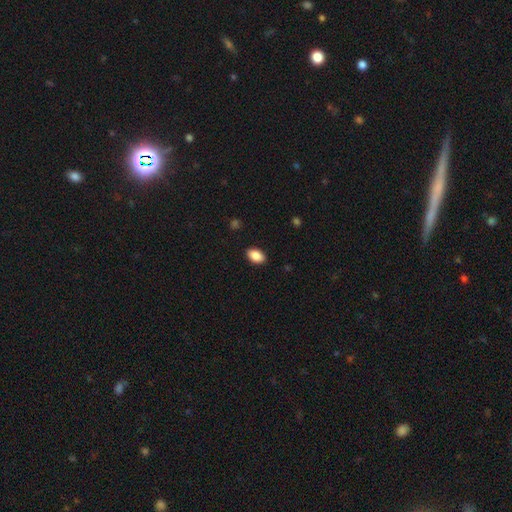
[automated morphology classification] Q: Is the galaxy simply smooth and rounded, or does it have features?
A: smooth — 89%.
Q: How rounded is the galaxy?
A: in between — 89%.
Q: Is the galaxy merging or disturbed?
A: none — 89%.